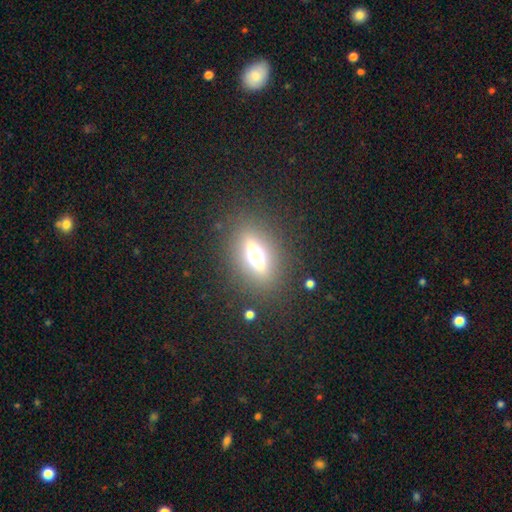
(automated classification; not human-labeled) Morphology: type=featured or disk (42%); merging=none (85%).